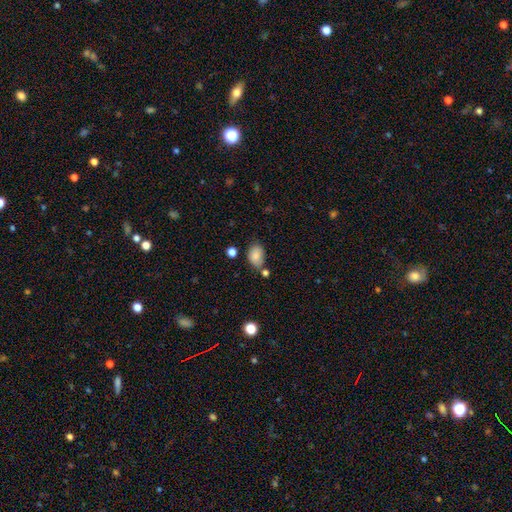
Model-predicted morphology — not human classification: smooth 85%, star or artifact 8%, featured or disk 6%. Down the decision tree: how rounded — in between (83%); merging — none (65%).